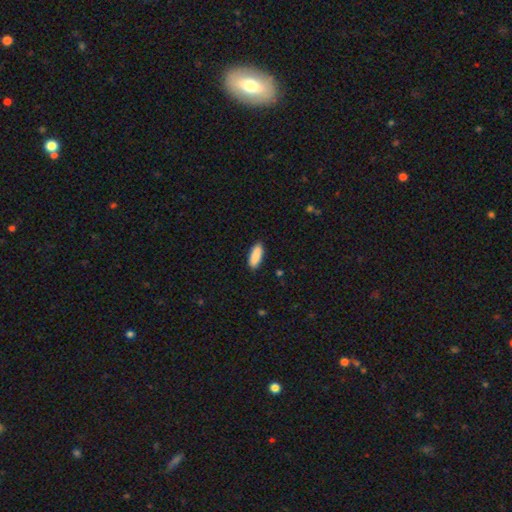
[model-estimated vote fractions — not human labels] Morphology: type=smooth (90%); roundness=in between (72%); merging=none (89%).